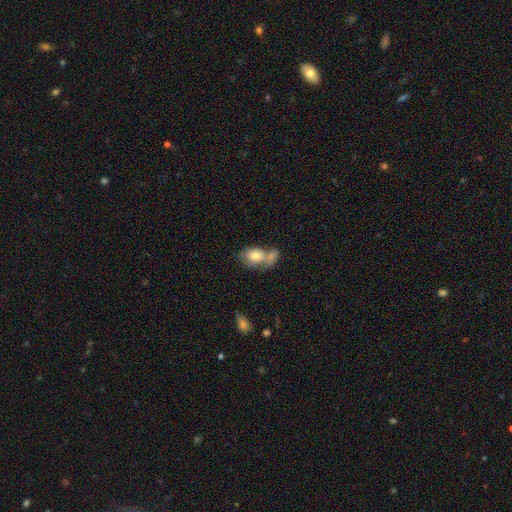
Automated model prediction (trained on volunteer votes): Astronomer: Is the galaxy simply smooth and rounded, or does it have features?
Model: smooth — 78%.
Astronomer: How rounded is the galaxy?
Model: in between — 75%.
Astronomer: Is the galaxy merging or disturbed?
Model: merger — 50% (runner-up: none, 28%).